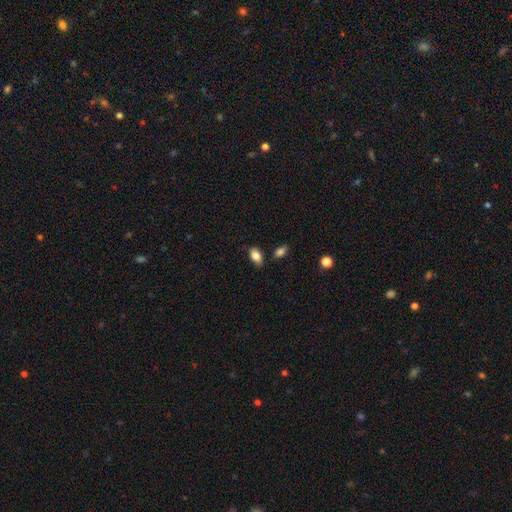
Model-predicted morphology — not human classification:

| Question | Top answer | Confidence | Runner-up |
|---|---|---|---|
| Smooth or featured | smooth | 83% | featured or disk (9%) |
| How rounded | in between | 90% | round (8%) |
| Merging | none | 74% | minor disturbance (18%) |